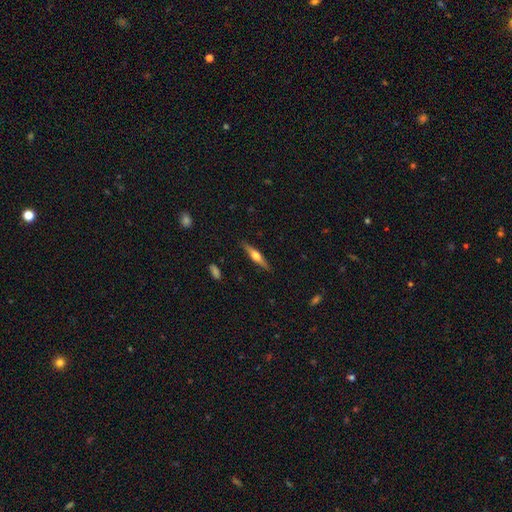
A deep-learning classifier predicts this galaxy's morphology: The model was most divided on "smooth or featured": featured or disk: 65%, smooth: 29%, star or artifact: 6%. More confident: edge-on disk — yes (97%); edge-on bulge — rounded (92%); merging — none (89%).